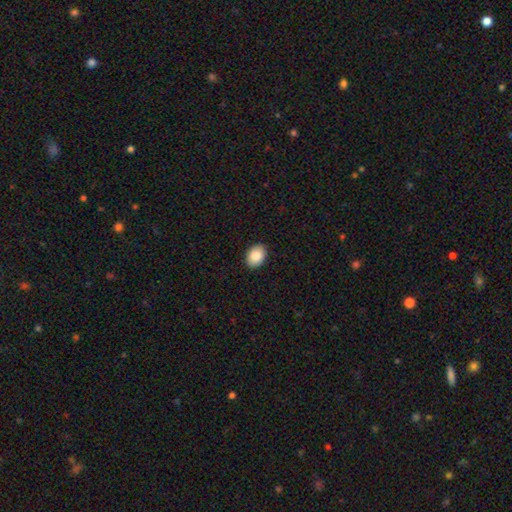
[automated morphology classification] Smooth or featured?
  - smooth: 86% *
  - star or artifact: 7%
  - featured or disk: 6%
How rounded?
  - in between: 72% *
  - round: 28%
  - cigar-shaped: 1%
Merging?
  - none: 91% *
  - minor disturbance: 7%
  - major disturbance: 2%
  - merger: 1%